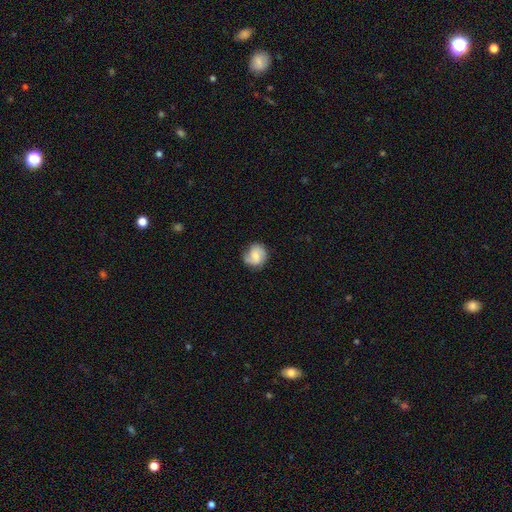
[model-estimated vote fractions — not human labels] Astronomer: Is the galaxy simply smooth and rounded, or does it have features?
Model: smooth — 50% (runner-up: featured or disk, 42%).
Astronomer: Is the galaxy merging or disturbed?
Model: none — 71%.